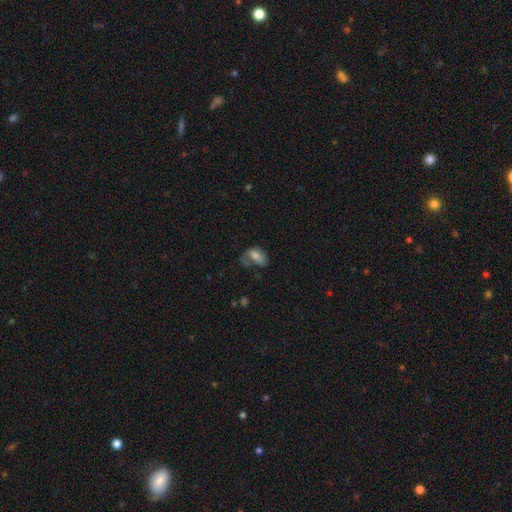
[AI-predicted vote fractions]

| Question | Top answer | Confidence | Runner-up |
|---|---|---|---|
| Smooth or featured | smooth | 61% | featured or disk (29%) |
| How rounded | in between | 85% | round (13%) |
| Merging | major disturbance | 34% | none (32%) |